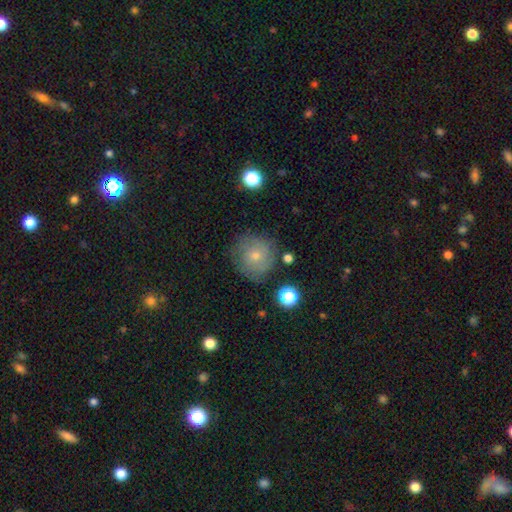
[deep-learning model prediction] smooth-or-featured: smooth: 51% | featured or disk: 36% | star or artifact: 13%
  how-rounded: round: 91% | in between: 8% | cigar-shaped: 1%
  merging: none: 78% | minor disturbance: 15% | major disturbance: 5% | merger: 2%